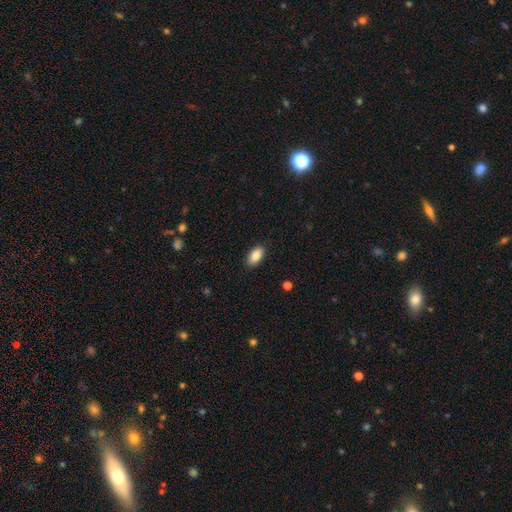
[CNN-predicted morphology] Smooth or featured? smooth (85%)
How rounded? in between (93%)
Merging? none (88%)